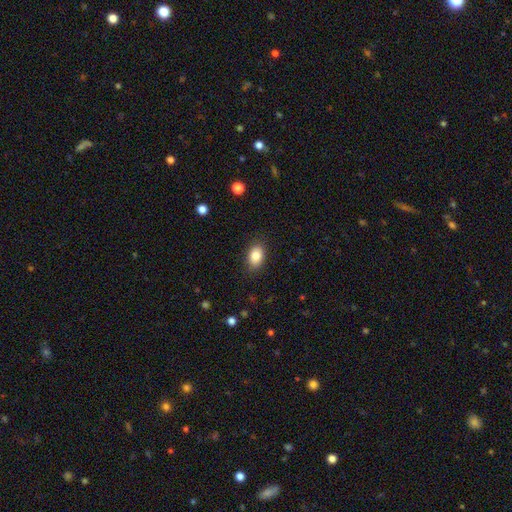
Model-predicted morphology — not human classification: Smooth or featured? Predicted: smooth (p=0.84). How rounded? Predicted: in between (p=0.82). Merging? Predicted: none (p=0.85).